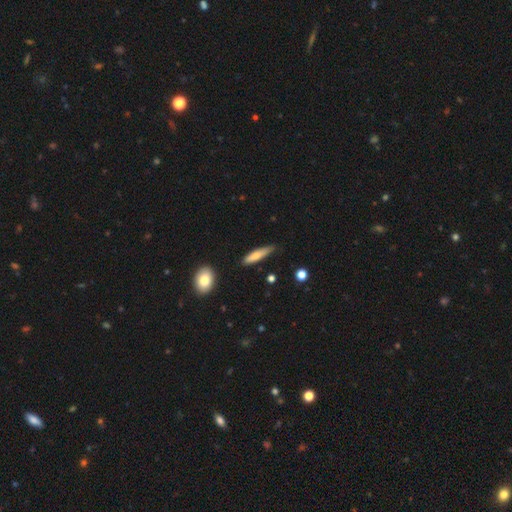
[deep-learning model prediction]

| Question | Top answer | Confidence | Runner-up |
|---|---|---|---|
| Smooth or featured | smooth | 70% | featured or disk (24%) |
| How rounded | cigar-shaped | 79% | in between (19%) |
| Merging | none | 74% | minor disturbance (21%) |